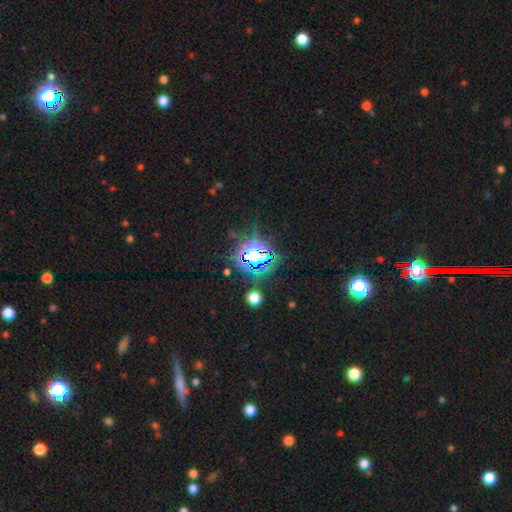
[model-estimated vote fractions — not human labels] Smooth or featured? Predicted: star or artifact (p=0.77).